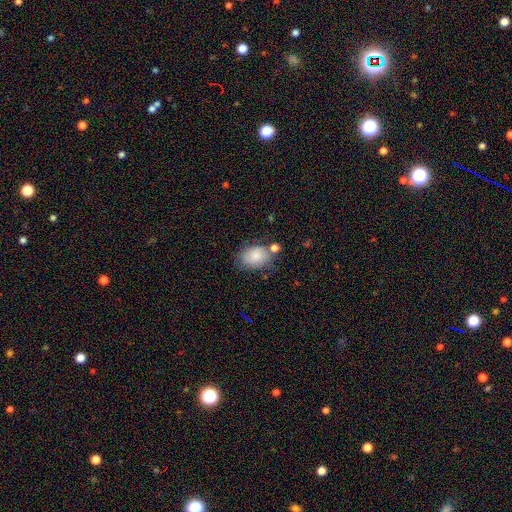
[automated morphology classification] smooth_or_featured: smooth (p=0.79) [alt: featured or disk p=0.13]
how_rounded: in between (p=0.77) [alt: round p=0.21]
merging: none (p=0.58) [alt: minor disturbance p=0.22]